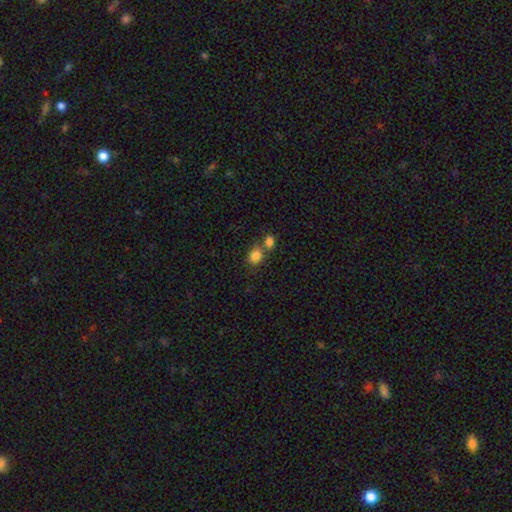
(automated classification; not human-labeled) smooth-or-featured: smooth: 83% | star or artifact: 10% | featured or disk: 7%
  how-rounded: round: 57% | in between: 42% | cigar-shaped: 1%
  merging: none: 44% | merger: 43% | minor disturbance: 9% | major disturbance: 4%